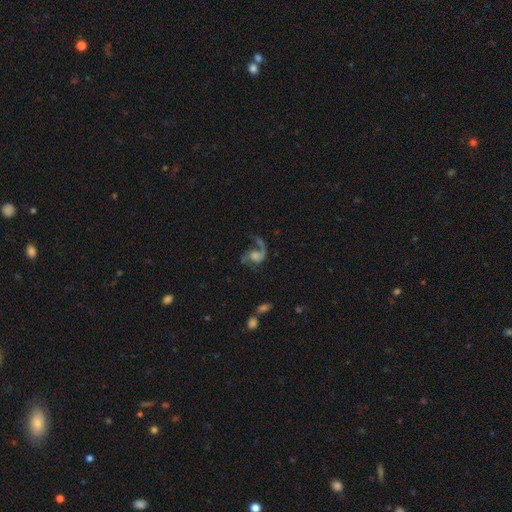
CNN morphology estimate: Smooth or featured? featured or disk (80%)
Edge-on disk? no (98%)
Bar? no (63%)
Spiral arms? yes (94%)
Spiral winding? loose (57%)
Spiral arm count? 2 (66%)
Bulge size? moderate (38%)
Merging? none (50%)